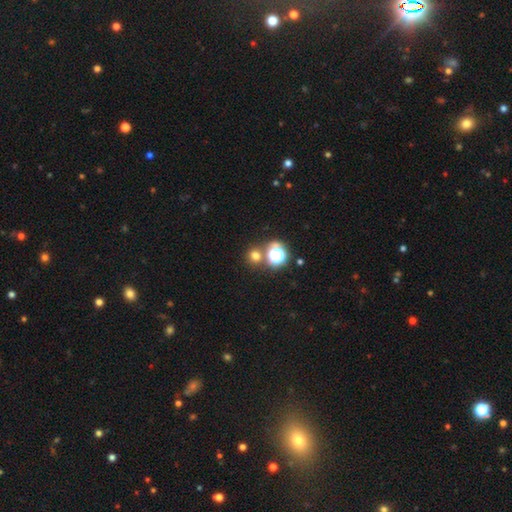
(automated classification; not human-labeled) smooth_or_featured: smooth (p=0.67) [alt: star or artifact p=0.26]
how_rounded: round (p=0.89) [alt: in between p=0.10]
merging: none (p=0.73) [alt: merger p=0.17]